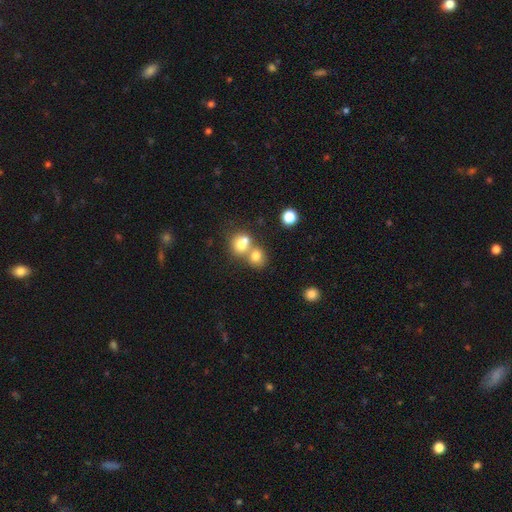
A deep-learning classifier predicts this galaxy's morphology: Smooth or featured? Predicted: smooth (p=0.74). How rounded? Predicted: round (p=0.65). Merging? Predicted: merger (p=0.57).